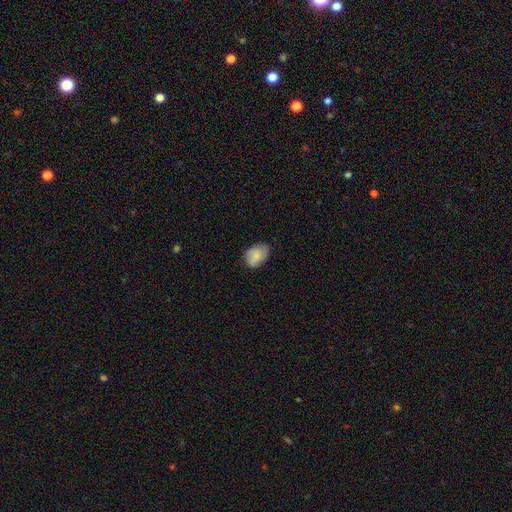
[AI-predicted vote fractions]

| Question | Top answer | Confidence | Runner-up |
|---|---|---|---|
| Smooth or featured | smooth | 70% | featured or disk (23%) |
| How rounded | in between | 79% | round (19%) |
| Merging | none | 72% | minor disturbance (22%) |